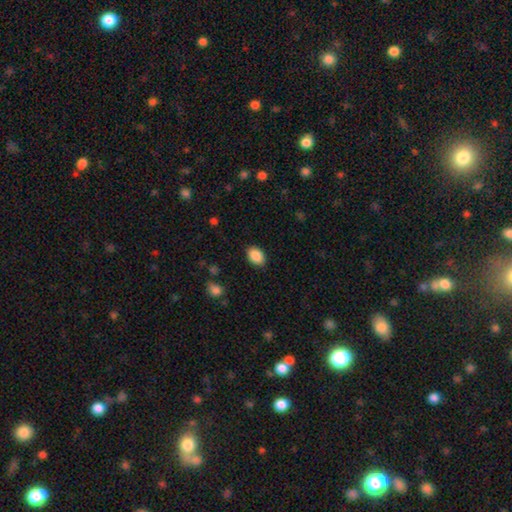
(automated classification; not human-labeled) A smooth galaxy with no disk features (89%) that is in between round and cigar-shaped (84%). Merging: none (87%).